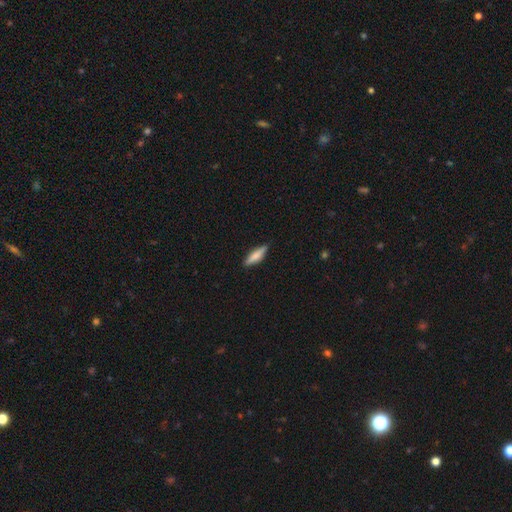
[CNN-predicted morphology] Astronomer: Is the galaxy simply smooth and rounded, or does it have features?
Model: smooth — 73%.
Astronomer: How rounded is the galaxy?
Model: cigar-shaped — 64%.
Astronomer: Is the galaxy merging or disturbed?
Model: none — 85%.